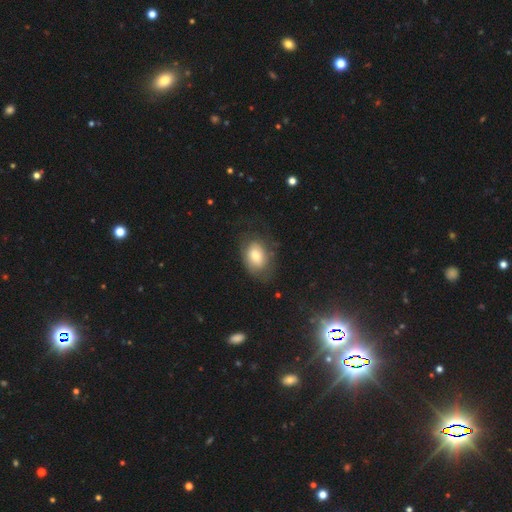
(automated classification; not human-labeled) This appears to be a smooth galaxy with no disk features (69%) that is in between round and cigar-shaped (79%). Merging: none (61%).